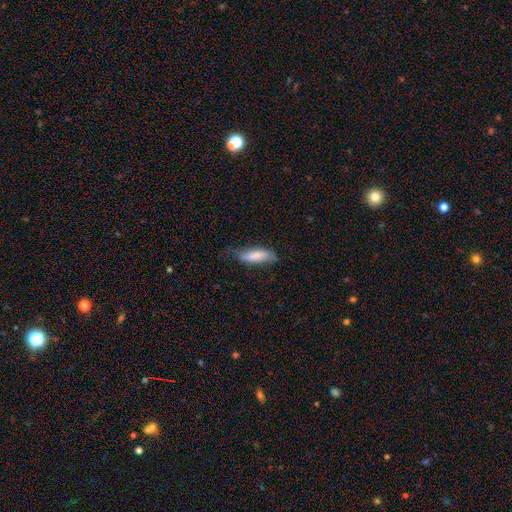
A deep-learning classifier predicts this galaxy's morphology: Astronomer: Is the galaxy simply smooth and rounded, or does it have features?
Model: smooth — 80%.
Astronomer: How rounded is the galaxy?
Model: in between — 50% (runner-up: cigar-shaped, 48%).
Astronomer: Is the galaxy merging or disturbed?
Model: none — 61%.